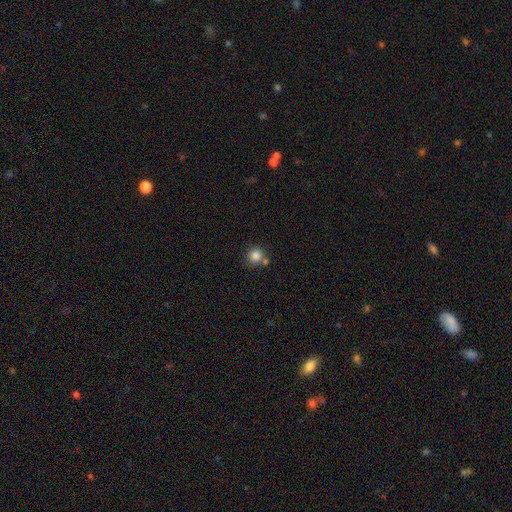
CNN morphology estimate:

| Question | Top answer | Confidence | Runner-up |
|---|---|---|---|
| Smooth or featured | smooth | 84% | star or artifact (11%) |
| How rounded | round | 92% | in between (7%) |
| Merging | none | 71% | merger (15%) |